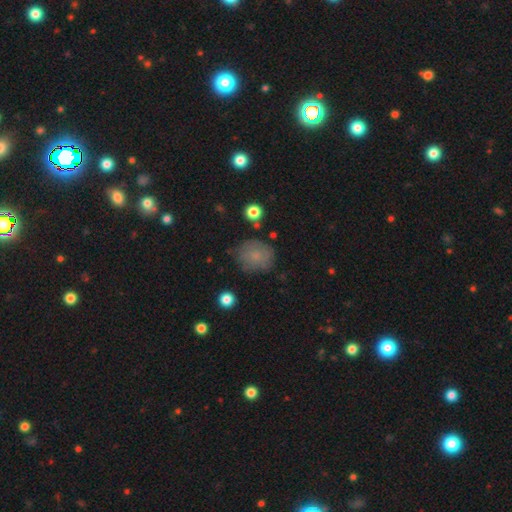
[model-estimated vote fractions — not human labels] This appears to be a smooth galaxy with no disk features (73%) that is round (72%). Merging: none (67%).